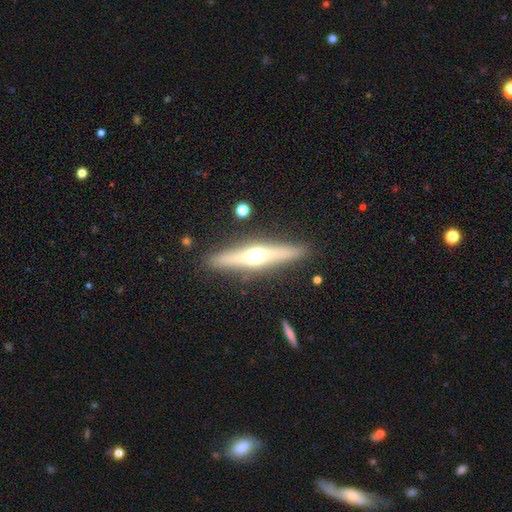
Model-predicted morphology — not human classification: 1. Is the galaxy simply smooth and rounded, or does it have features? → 63% featured or disk, 31% smooth, 7% star or artifact.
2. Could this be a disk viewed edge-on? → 94% yes, 6% no.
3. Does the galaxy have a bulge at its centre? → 93% rounded, 3% none, 3% boxy.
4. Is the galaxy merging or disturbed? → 88% none, 8% minor disturbance, 2% major disturbance, 2% merger.